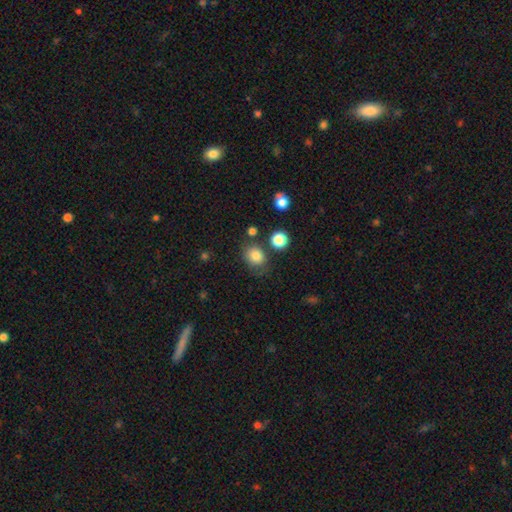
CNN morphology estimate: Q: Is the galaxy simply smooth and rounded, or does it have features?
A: smooth — 83%.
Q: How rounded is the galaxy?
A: round — 63%.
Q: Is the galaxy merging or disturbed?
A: none — 71%.